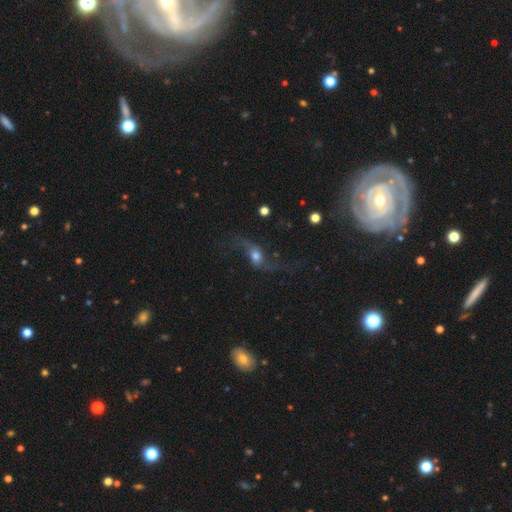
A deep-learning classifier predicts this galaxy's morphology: Smooth or featured? Predicted: featured or disk (p=0.71). Edge-on disk? Predicted: no (p=0.86). Bar? Predicted: no (p=0.62). Spiral arms? Predicted: yes (p=0.88). Spiral winding? Predicted: loose (p=0.94). Spiral arm count? Predicted: 2 (p=0.93). Bulge size? Predicted: moderate (p=0.54). Merging? Predicted: none (p=0.53).